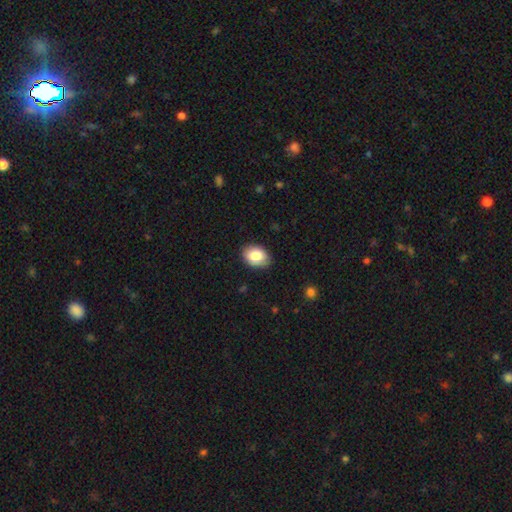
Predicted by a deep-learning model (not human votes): A smooth galaxy with no disk features (84%) that is in between round and cigar-shaped (78%). Merging: none (85%).